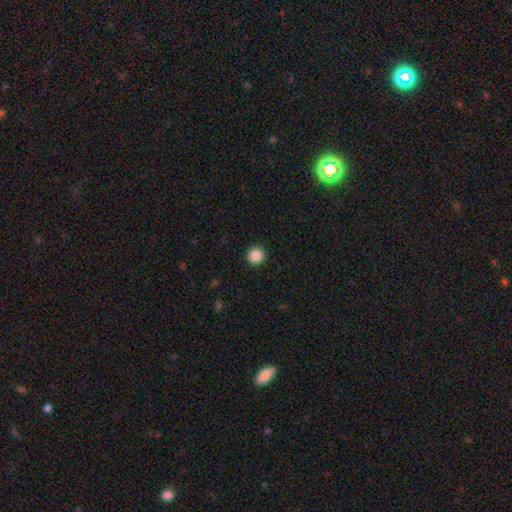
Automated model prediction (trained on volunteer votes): A smooth galaxy with no disk features (87%) that is round (95%). Merging: none (93%).